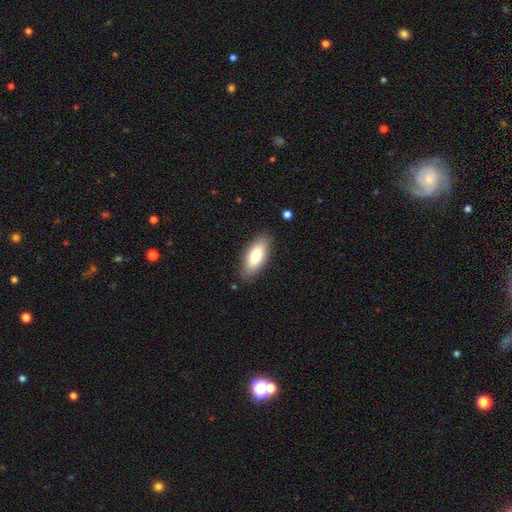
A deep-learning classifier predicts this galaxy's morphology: smooth_or_featured: smooth (p=0.78) [alt: featured or disk p=0.16]
how_rounded: in between (p=0.82) [alt: cigar-shaped p=0.16]
merging: none (p=0.85) [alt: minor disturbance p=0.11]